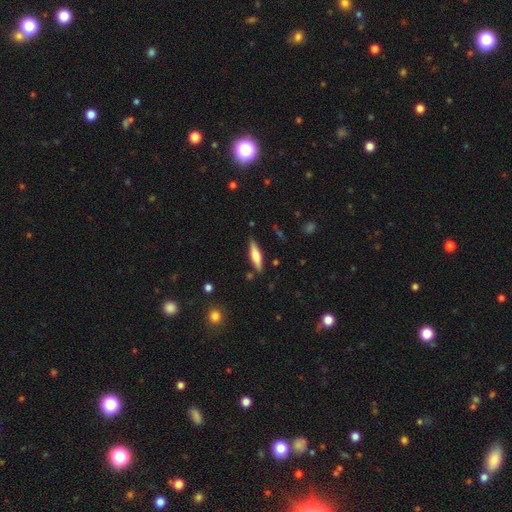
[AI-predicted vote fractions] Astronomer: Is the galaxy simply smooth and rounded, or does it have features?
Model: smooth — 51% (runner-up: featured or disk, 43%).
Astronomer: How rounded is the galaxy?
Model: cigar-shaped — 68%.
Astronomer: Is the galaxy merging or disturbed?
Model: none — 85%.